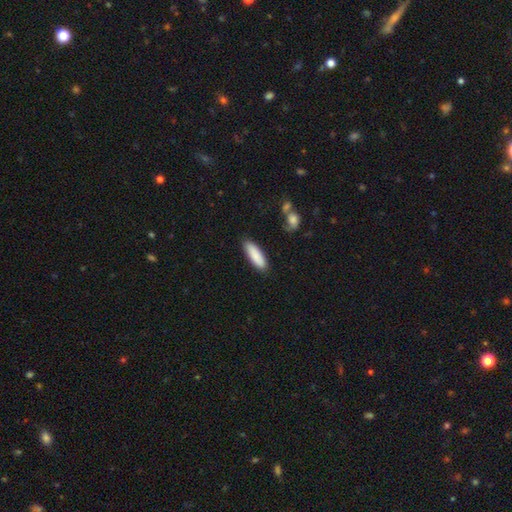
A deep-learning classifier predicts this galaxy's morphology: Overall: smooth (88%). How rounded: cigar-shaped (52%; in between 47%). Merging: none (86%).